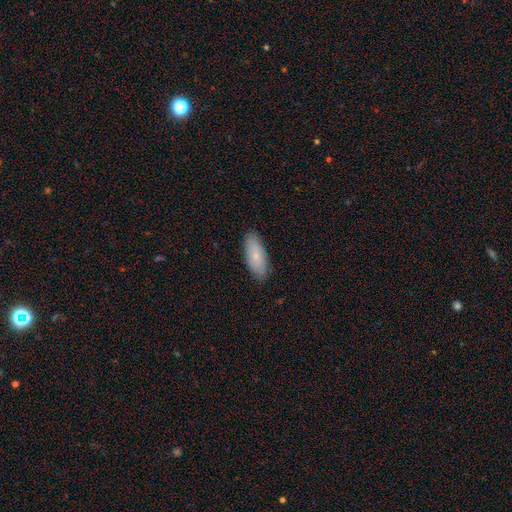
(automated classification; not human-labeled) A smooth galaxy with no disk features (78%) that is in between round and cigar-shaped (80%).

Vote fractions:
- Smooth or featured? smooth: 78% / featured or disk: 16% / star or artifact: 6%
- How rounded? in between: 80% / cigar-shaped: 18% / round: 2%
- Merging? none: 86% / minor disturbance: 11% / major disturbance: 2% / merger: 1%